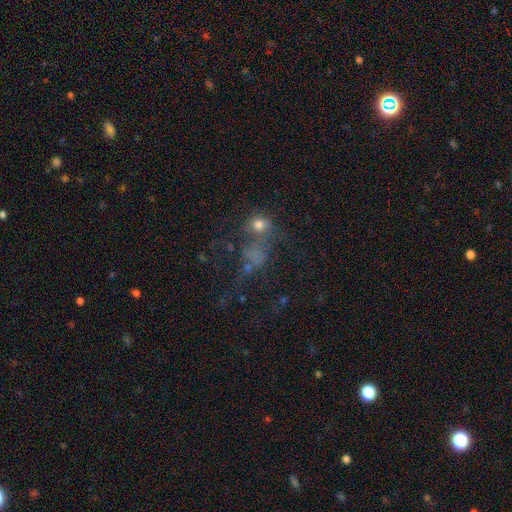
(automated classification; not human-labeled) smooth_or_featured: smooth (p=0.50) [alt: star or artifact p=0.28]
merging: merger (p=0.32) [alt: none p=0.30]